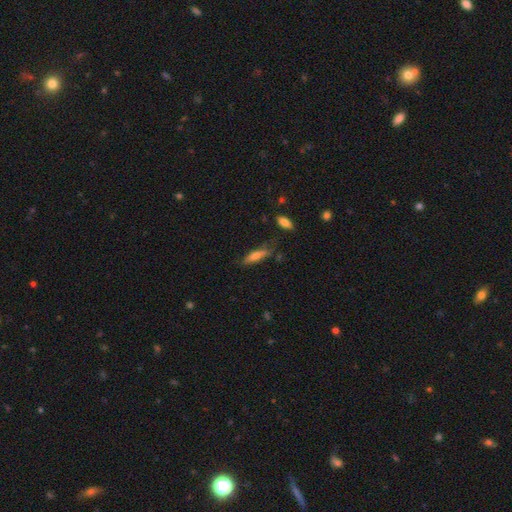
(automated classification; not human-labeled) Q: Smooth or featured?
A: smooth (68%); runner-up: featured or disk (23%)
Q: How rounded?
A: cigar-shaped (71%); runner-up: in between (27%)
Q: Merging?
A: none (67%); runner-up: minor disturbance (23%)